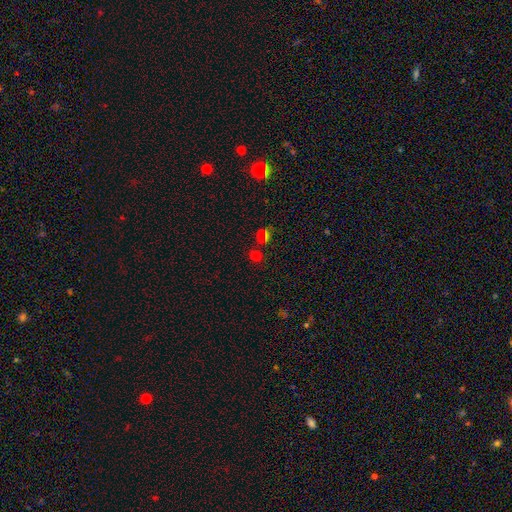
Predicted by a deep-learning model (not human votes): Smooth or featured?
  - smooth: 59% *
  - star or artifact: 35%
  - featured or disk: 6%
How rounded?
  - round: 71% *
  - in between: 27%
  - cigar-shaped: 1%
Merging?
  - none: 70% *
  - merger: 14%
  - minor disturbance: 11%
  - major disturbance: 5%